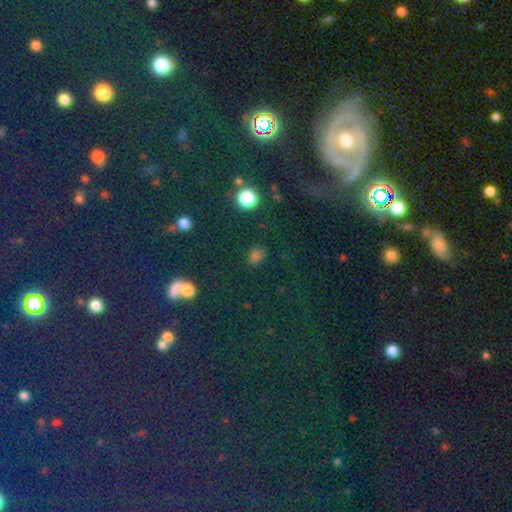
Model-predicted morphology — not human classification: Q: Smooth or featured?
A: smooth (70%); runner-up: star or artifact (24%)
Q: How rounded?
A: round (52%); runner-up: in between (47%)
Q: Merging?
A: none (79%); runner-up: minor disturbance (13%)